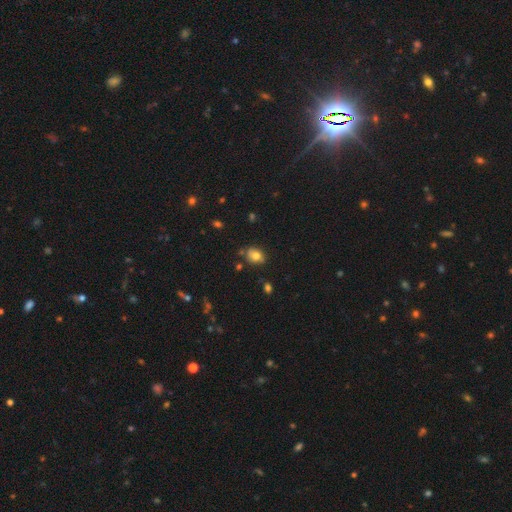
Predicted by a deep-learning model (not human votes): Smooth or featured? smooth (76%)
How rounded? in between (68%)
Merging? none (71%)